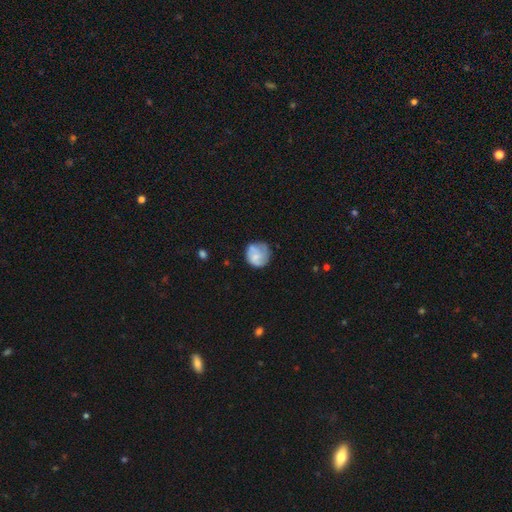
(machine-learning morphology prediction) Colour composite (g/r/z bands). It shows a smooth galaxy with no disk features (56%) that is round (84%). Merging: none (60%).